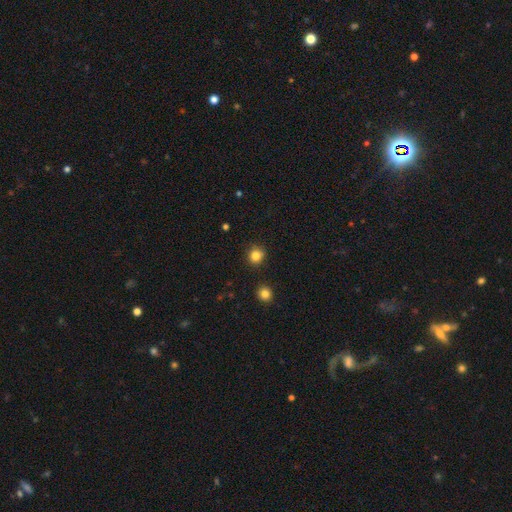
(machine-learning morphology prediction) smooth 84%, star or artifact 12%, featured or disk 4%. Down the decision tree: how rounded — round (87%); merging — none (88%).